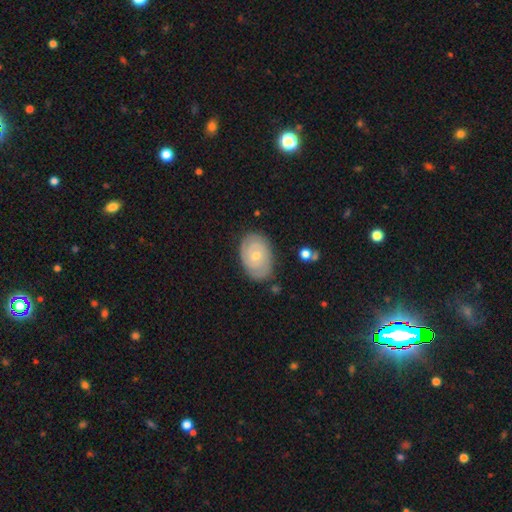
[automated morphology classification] Q: Smooth or featured?
A: featured or disk (73%); runner-up: smooth (21%)
Q: Edge-on disk?
A: no (96%); runner-up: yes (4%)
Q: Bar?
A: no (75%); runner-up: weak (21%)
Q: Spiral arms?
A: yes (88%); runner-up: no (12%)
Q: Spiral winding?
A: tight (77%); runner-up: medium (18%)
Q: Spiral arm count?
A: 2 (46%); runner-up: can't tell (31%)
Q: Bulge size?
A: small (53%); runner-up: moderate (44%)
Q: Merging?
A: none (79%); runner-up: minor disturbance (16%)